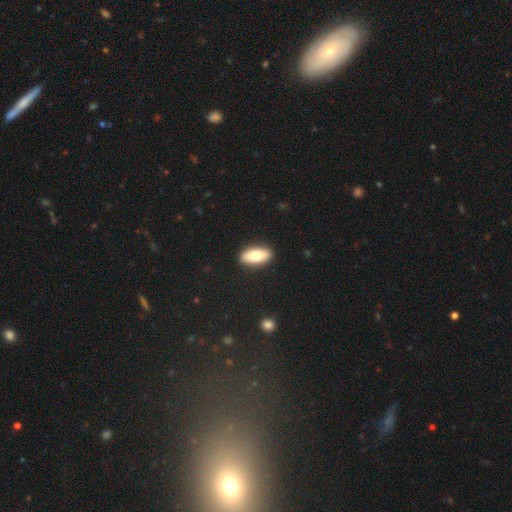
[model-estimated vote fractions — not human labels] smooth-or-featured: smooth: 79% | featured or disk: 15% | star or artifact: 6%
  how-rounded: in between: 85% | cigar-shaped: 12% | round: 3%
  merging: none: 90% | minor disturbance: 7% | major disturbance: 2% | merger: 1%